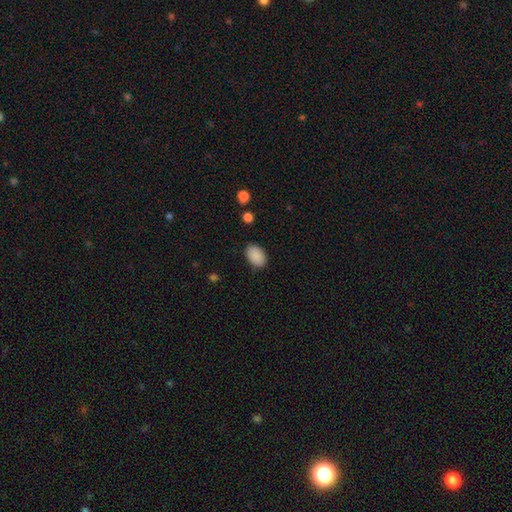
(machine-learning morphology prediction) Smooth or featured?
  - smooth: 90% *
  - star or artifact: 7%
  - featured or disk: 3%
How rounded?
  - in between: 89% *
  - round: 10%
  - cigar-shaped: 1%
Merging?
  - none: 86% *
  - minor disturbance: 10%
  - major disturbance: 2%
  - merger: 1%